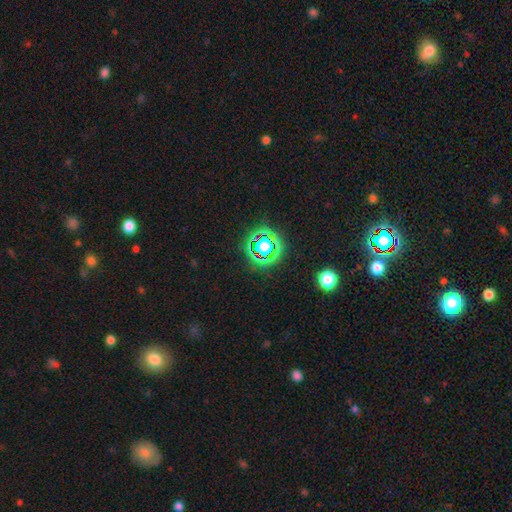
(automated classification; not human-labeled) smooth-or-featured: star or artifact: 79% | smooth: 14% | featured or disk: 8%